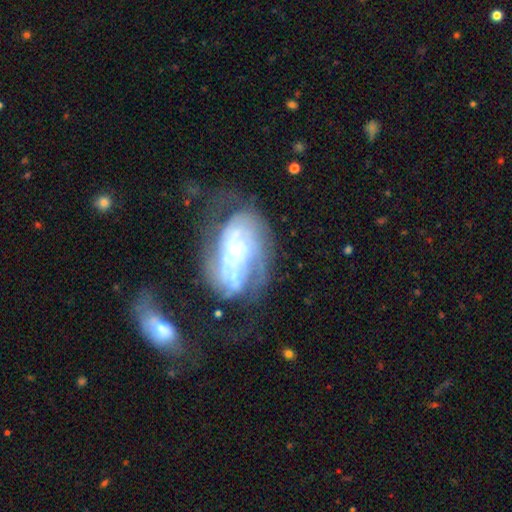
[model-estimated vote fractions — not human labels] This is likely a featured or disk galaxy (74%). It is clearly not viewed edge-on (95%). Bar: likely no (64%). Spiral arm pattern: clearly yes (82%). Spiral arm count: marginally can't tell (40%). Spiral winding: possibly tight (49%). Central bulge: possibly small (58%). Merging: marginally none (40%).